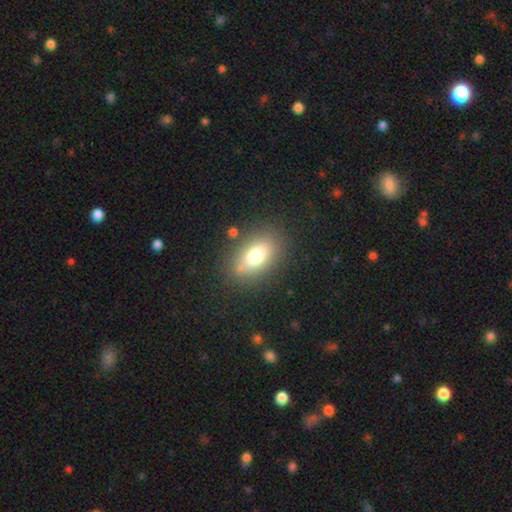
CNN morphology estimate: Smooth or featured: smooth — 74% (featured or disk — 15%)
How rounded: in between — 82% (round — 13%)
Merging: none — 79% (minor disturbance — 12%)